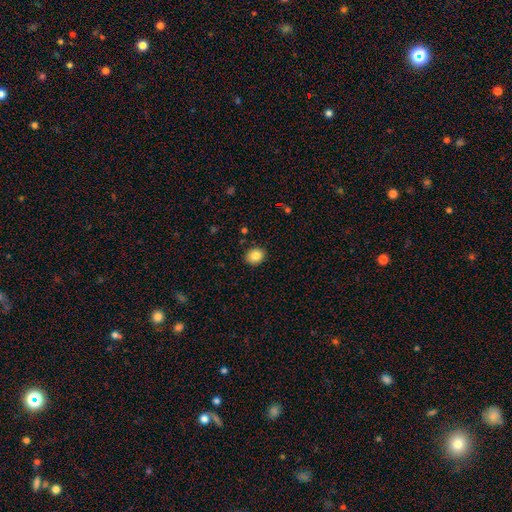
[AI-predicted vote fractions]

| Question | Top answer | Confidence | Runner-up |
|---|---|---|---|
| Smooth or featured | smooth | 84% | star or artifact (9%) |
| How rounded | round | 60% | in between (39%) |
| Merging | none | 89% | minor disturbance (8%) |